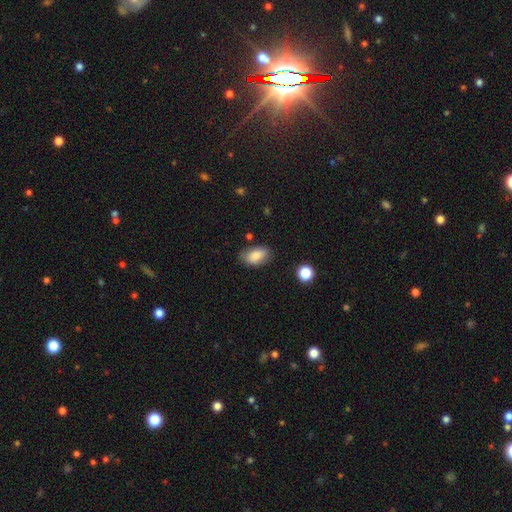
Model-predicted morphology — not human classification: Overall: smooth (83%). How rounded: in between (92%). Merging: none (75%).